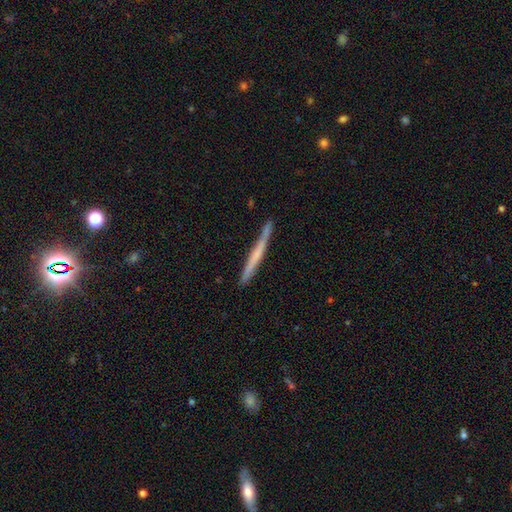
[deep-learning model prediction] A featured or disk galaxy (50%) viewed edge-on (96%). Merging: none (83%).